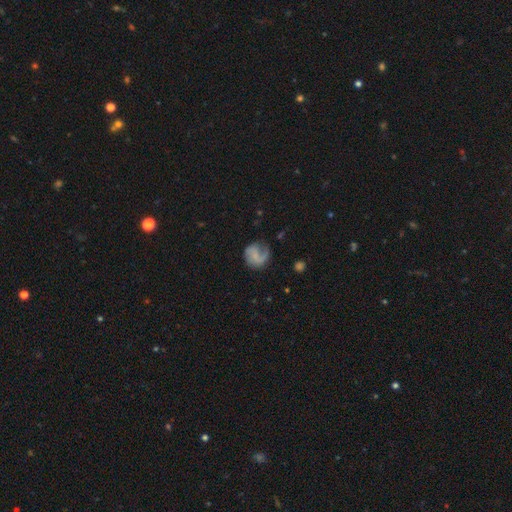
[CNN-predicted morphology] Smooth or featured? featured or disk (54%)
Edge-on disk? no (98%)
Bar? no (58%)
Spiral arms? yes (85%)
Bulge size? none (57%)
Merging? none (53%)